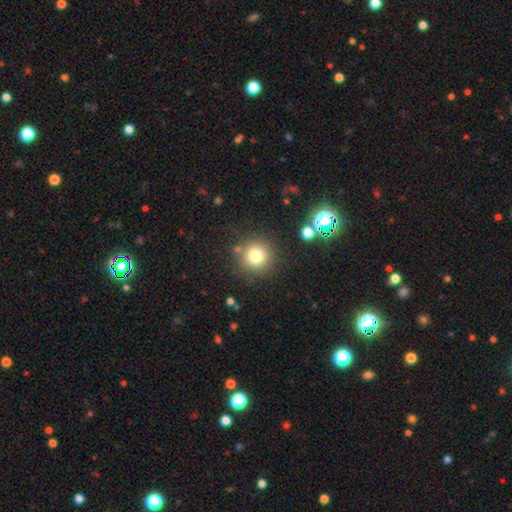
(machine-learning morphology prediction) Q: Smooth or featured?
A: smooth (76%); runner-up: star or artifact (15%)
Q: How rounded?
A: round (95%); runner-up: in between (5%)
Q: Merging?
A: none (83%); runner-up: minor disturbance (8%)